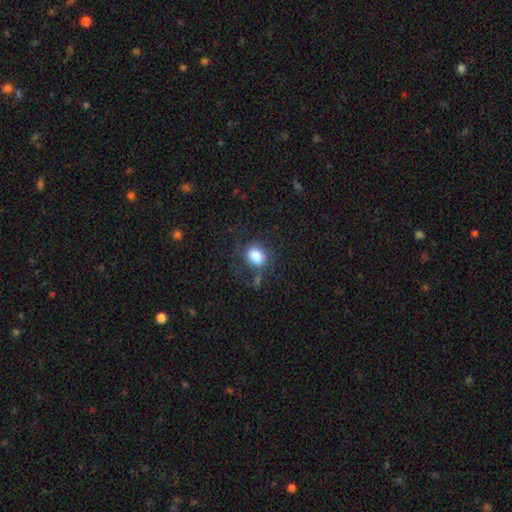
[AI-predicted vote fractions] A smooth galaxy with no disk features (83%) that is round (57%). Merging: none (62%).